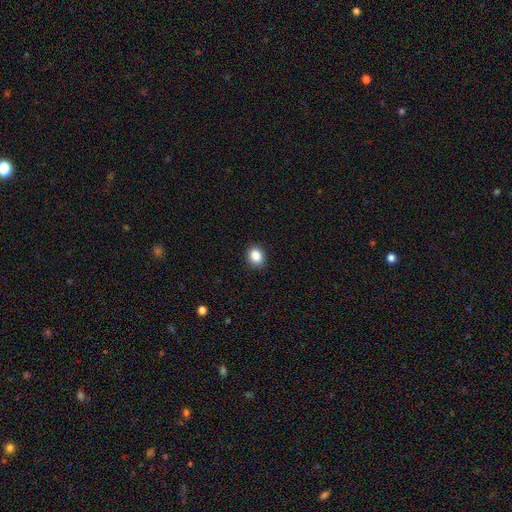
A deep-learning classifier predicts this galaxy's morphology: Smooth or featured?
  - smooth: 87% *
  - star or artifact: 9%
  - featured or disk: 4%
How rounded?
  - round: 58% *
  - in between: 41%
  - cigar-shaped: 1%
Merging?
  - none: 89% *
  - minor disturbance: 8%
  - major disturbance: 2%
  - merger: 1%